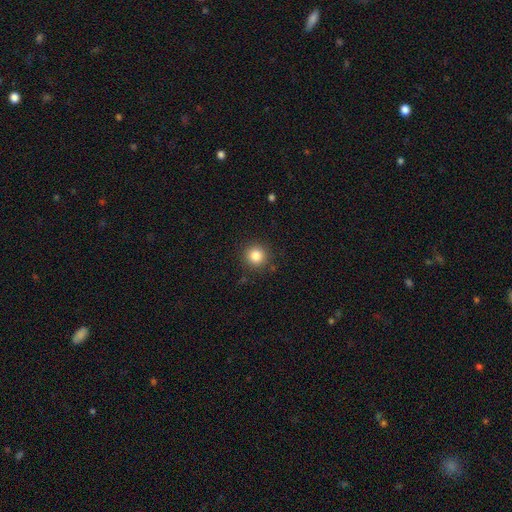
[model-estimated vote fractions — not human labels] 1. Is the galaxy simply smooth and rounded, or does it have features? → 84% smooth, 11% star or artifact, 5% featured or disk.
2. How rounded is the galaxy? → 94% round, 5% in between, 1% cigar-shaped.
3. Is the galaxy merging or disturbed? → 89% none, 7% minor disturbance, 2% major disturbance, 1% merger.